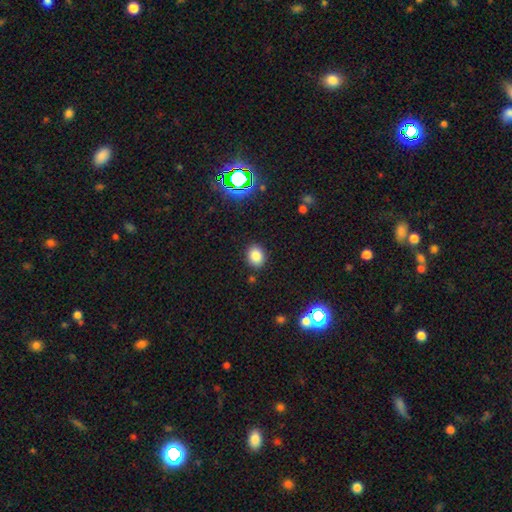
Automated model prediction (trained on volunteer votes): A smooth galaxy with no disk features (82%) that is in between round and cigar-shaped (53%). Merging: none (87%).